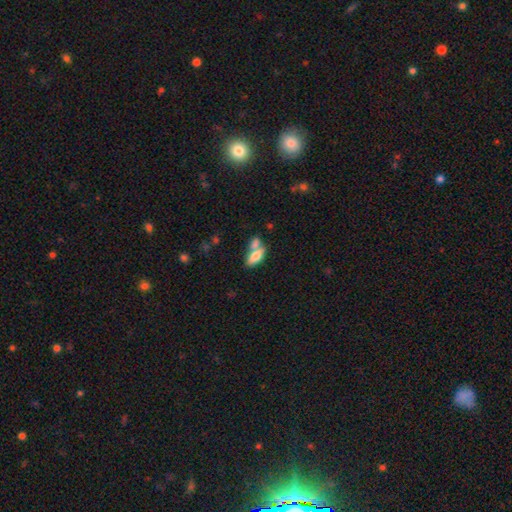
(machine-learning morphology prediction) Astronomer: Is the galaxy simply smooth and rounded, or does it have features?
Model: smooth — 72%.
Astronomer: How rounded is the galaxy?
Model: in between — 82%.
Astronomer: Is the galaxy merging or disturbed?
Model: merger — 46% (runner-up: none, 36%).